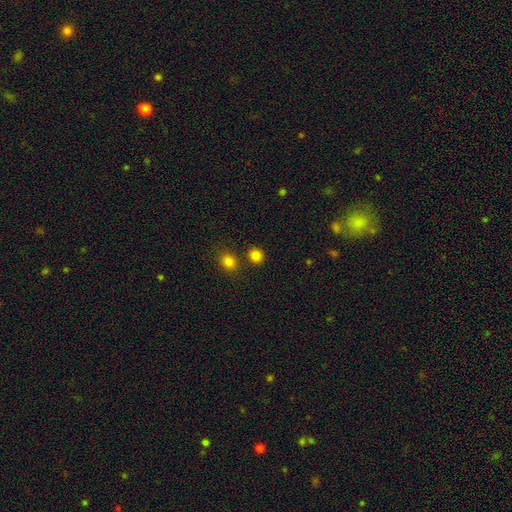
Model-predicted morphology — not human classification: Overall: smooth (83%). How rounded: round (81%). Merging: none (80%).